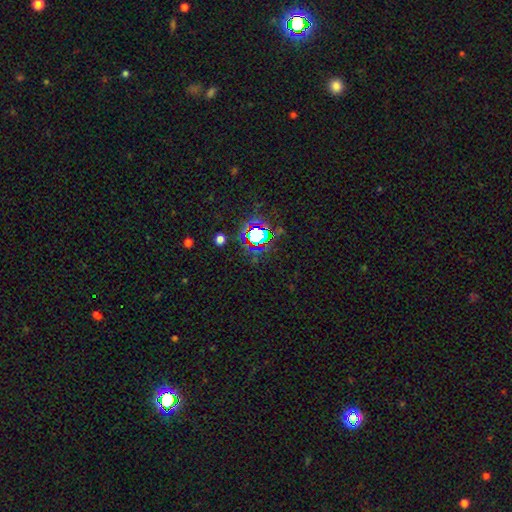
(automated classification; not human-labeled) A star or artifact, not a galaxy (78%).

Vote fractions:
- Smooth or featured? star or artifact: 78% / smooth: 14% / featured or disk: 8%